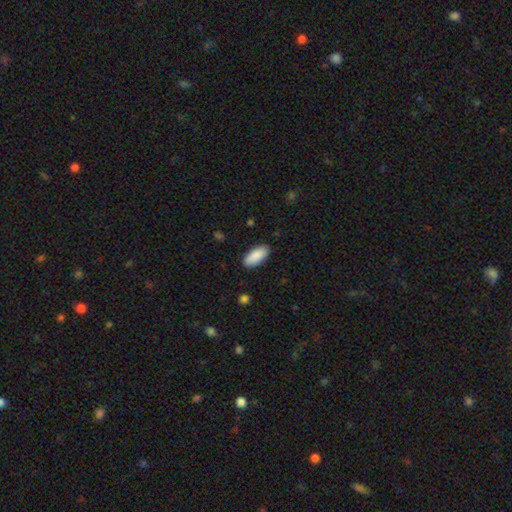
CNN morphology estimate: A smooth galaxy with no disk features (90%) that is in between round and cigar-shaped (91%). Merging: none (88%).